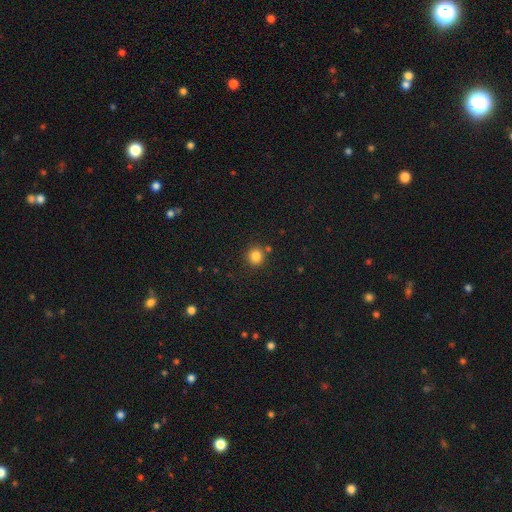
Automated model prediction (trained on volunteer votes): Morphology: type=smooth (84%); roundness=round (90%); merging=none (83%).